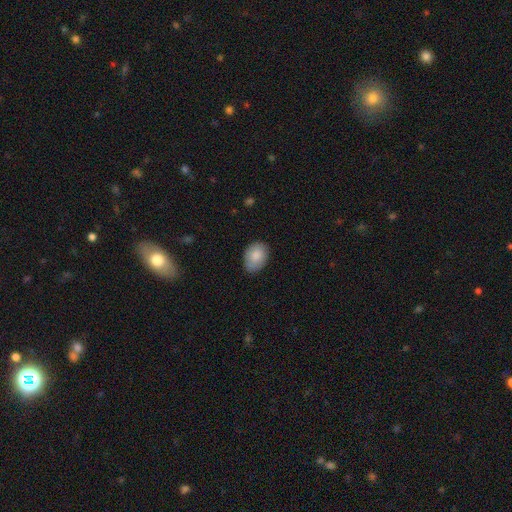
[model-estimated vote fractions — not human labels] Q: Smooth or featured?
A: smooth (85%); runner-up: featured or disk (9%)
Q: How rounded?
A: in between (80%); runner-up: round (19%)
Q: Merging?
A: none (80%); runner-up: minor disturbance (16%)